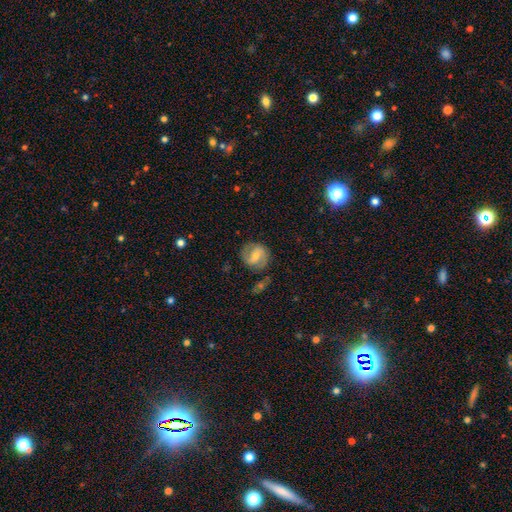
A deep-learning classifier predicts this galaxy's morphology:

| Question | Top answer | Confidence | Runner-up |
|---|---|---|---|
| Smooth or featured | featured or disk | 64% | smooth (29%) |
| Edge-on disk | no | 97% | yes (3%) |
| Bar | weak | 47% | strong (34%) |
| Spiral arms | yes | 86% | no (14%) |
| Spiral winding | medium | 48% | tight (30%) |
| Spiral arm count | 2 | 86% | can't tell (8%) |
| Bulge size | moderate | 51% | small (41%) |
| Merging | none | 75% | minor disturbance (16%) |